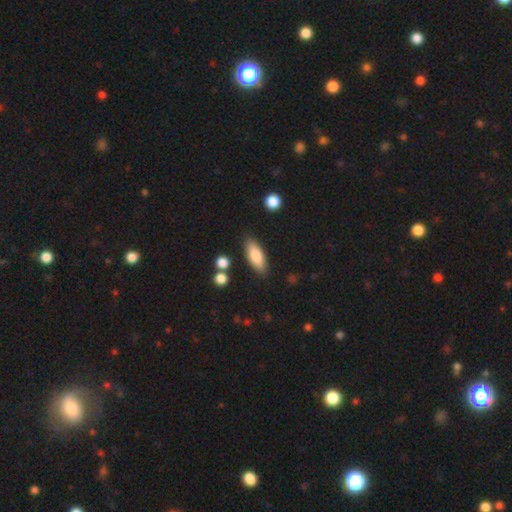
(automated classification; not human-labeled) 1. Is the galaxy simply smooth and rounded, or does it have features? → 77% smooth, 17% featured or disk, 6% star or artifact.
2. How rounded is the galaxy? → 68% in between, 29% cigar-shaped, 2% round.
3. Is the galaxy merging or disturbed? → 83% none, 11% minor disturbance, 3% merger, 3% major disturbance.